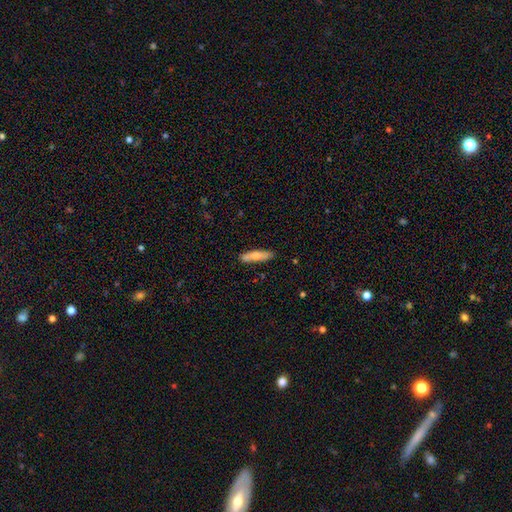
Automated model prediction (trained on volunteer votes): Smooth or featured? smooth (73%)
How rounded? cigar-shaped (77%)
Merging? none (81%)